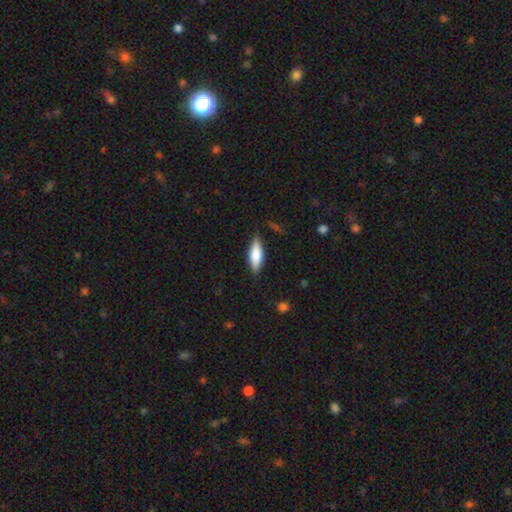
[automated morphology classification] smooth-or-featured: smooth: 67% | featured or disk: 27% | star or artifact: 6%
  how-rounded: in between: 57% | cigar-shaped: 41% | round: 2%
  merging: none: 82% | minor disturbance: 13% | major disturbance: 3% | merger: 1%